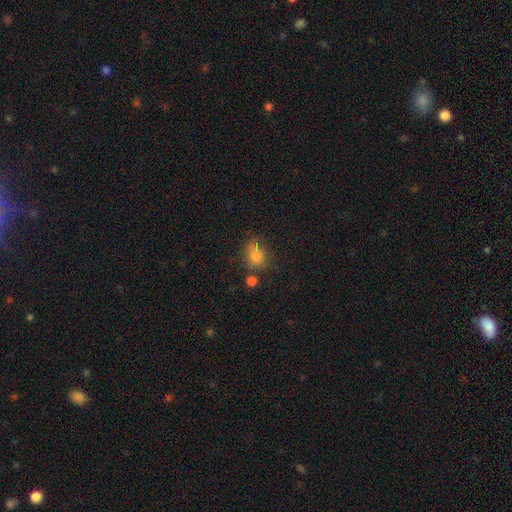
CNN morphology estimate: This is likely a smooth galaxy (74%). How rounded: likely in between (65%). Merging: possibly none (50%).